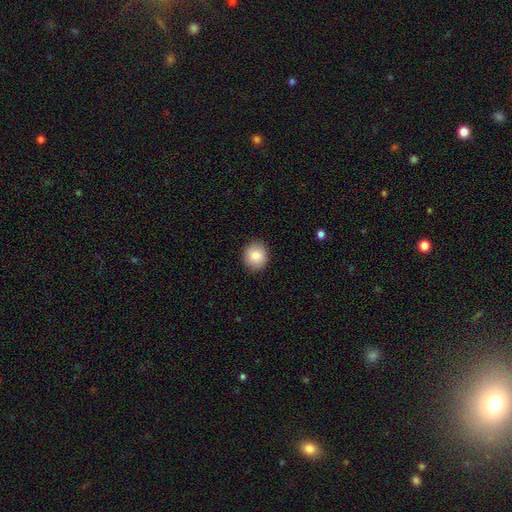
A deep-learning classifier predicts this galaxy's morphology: Overall: smooth (85%). How rounded: round (80%). Merging: none (90%).